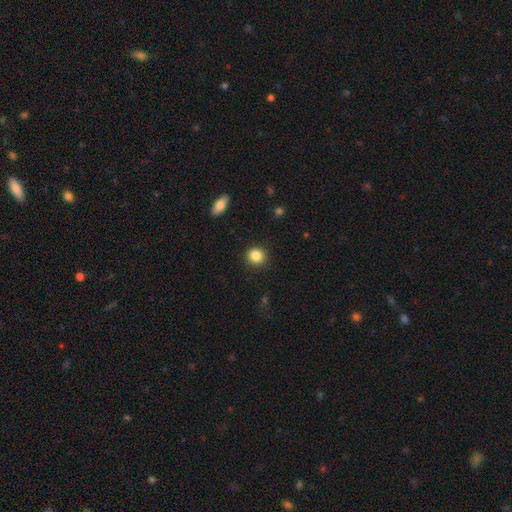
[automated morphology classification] smooth 86%, star or artifact 9%, featured or disk 4%. Down the decision tree: how rounded — round (89%); merging — none (90%).